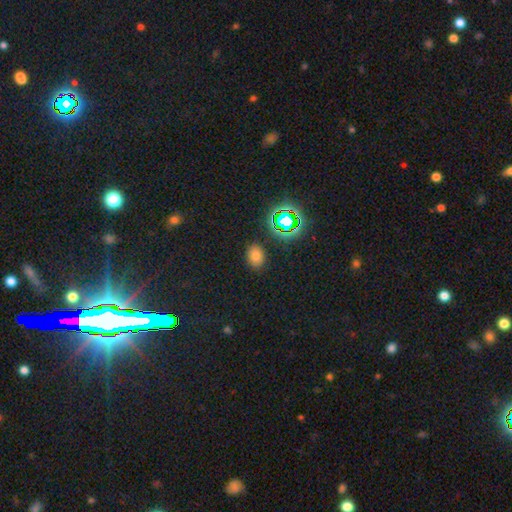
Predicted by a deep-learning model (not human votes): Smooth or featured? smooth (69%)
How rounded? in between (67%)
Merging? none (85%)